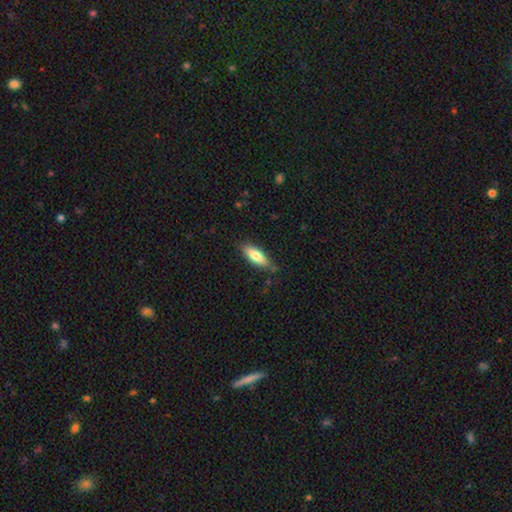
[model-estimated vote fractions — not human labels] Smooth or featured? Predicted: smooth (p=0.77). How rounded? Predicted: in between (p=0.61). Merging? Predicted: none (p=0.79).